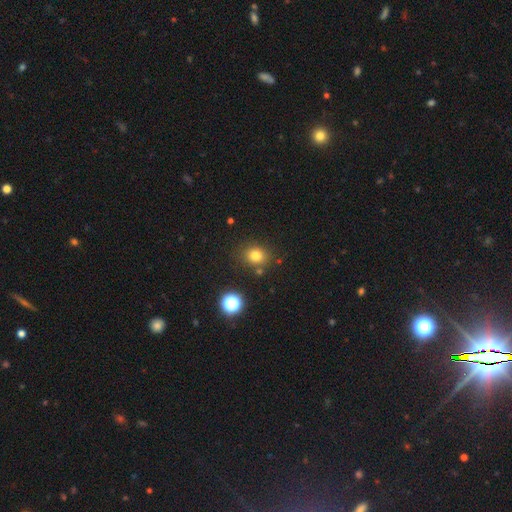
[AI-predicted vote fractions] Smooth or featured?
  - smooth: 77% *
  - star or artifact: 16%
  - featured or disk: 7%
How rounded?
  - round: 72% *
  - in between: 27%
  - cigar-shaped: 1%
Merging?
  - none: 79% *
  - minor disturbance: 11%
  - merger: 6%
  - major disturbance: 4%